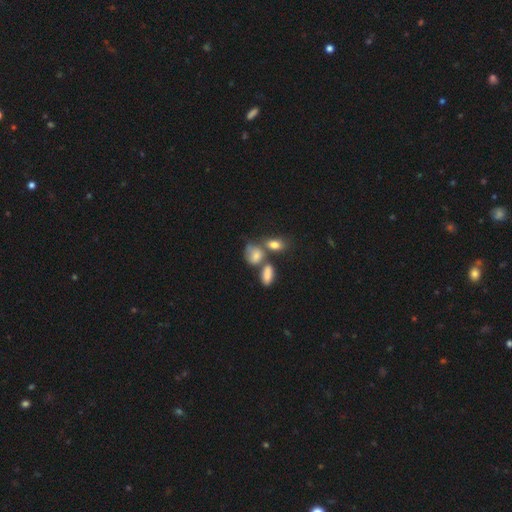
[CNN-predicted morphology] This is likely a smooth galaxy (72%). How rounded: likely in between (68%). Merging: marginally merger (40%).